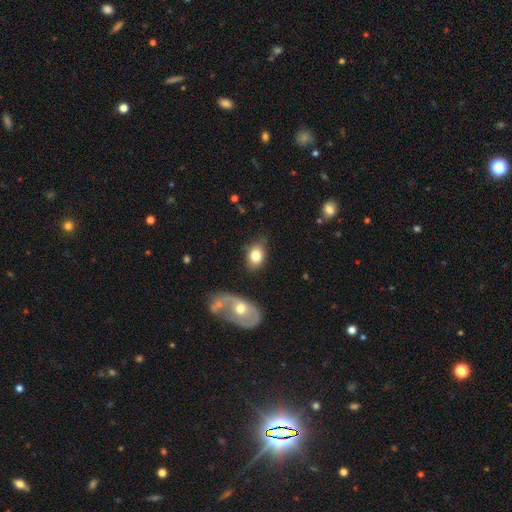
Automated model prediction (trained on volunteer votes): A smooth galaxy with no disk features (78%) that is in between round and cigar-shaped (75%).

Vote fractions:
- Smooth or featured? smooth: 78% / featured or disk: 14% / star or artifact: 8%
- How rounded? in between: 75% / round: 23% / cigar-shaped: 1%
- Merging? none: 67% / minor disturbance: 21% / merger: 6% / major disturbance: 6%